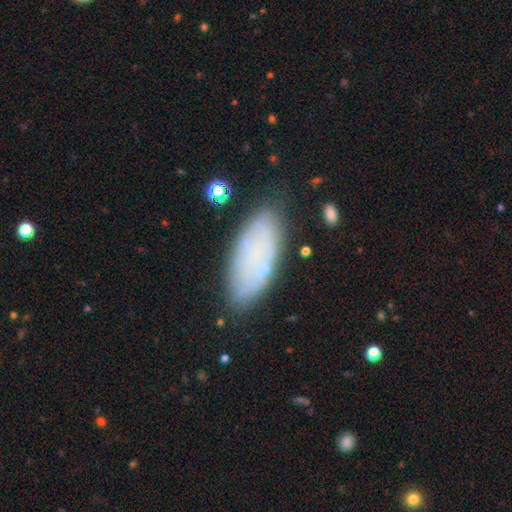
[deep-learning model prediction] Smooth or featured? Predicted: smooth (p=0.63). How rounded? Predicted: in between (p=0.84). Merging? Predicted: none (p=0.78).